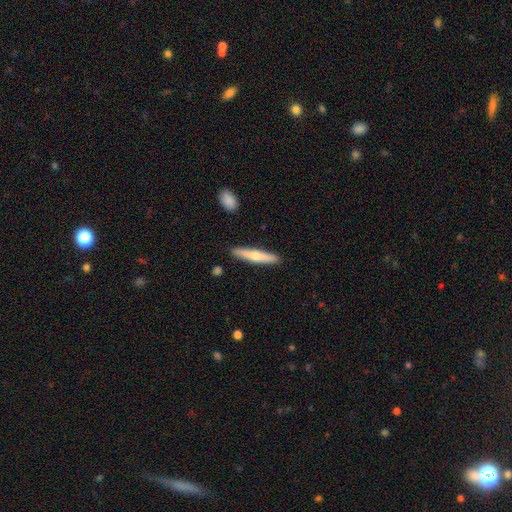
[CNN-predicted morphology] smooth_or_featured: smooth (p=0.55) [alt: featured or disk p=0.40]
how_rounded: cigar-shaped (p=0.90) [alt: in between p=0.09]
merging: none (p=0.90) [alt: minor disturbance p=0.07]